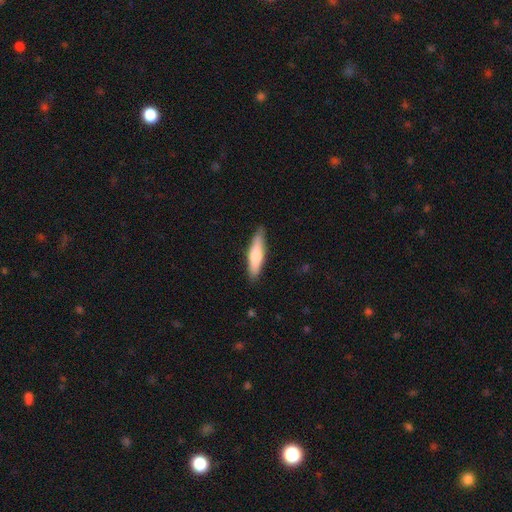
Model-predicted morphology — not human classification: smooth 69%, featured or disk 26%, star or artifact 5%. Down the decision tree: how rounded — cigar-shaped (75%); merging — none (85%).